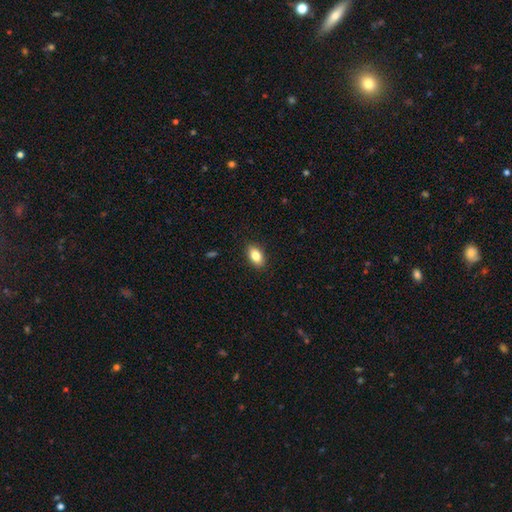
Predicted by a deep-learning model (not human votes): Smooth or featured: smooth — 84% (featured or disk — 8%)
How rounded: in between — 90% (round — 7%)
Merging: none — 89% (minor disturbance — 8%)